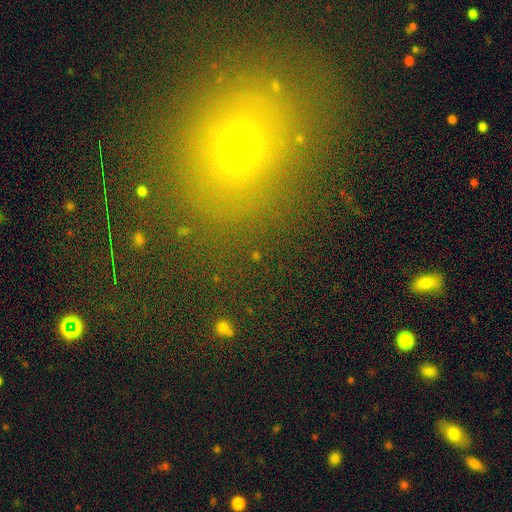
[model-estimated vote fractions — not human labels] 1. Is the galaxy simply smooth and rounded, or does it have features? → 54% star or artifact, 35% smooth, 10% featured or disk.